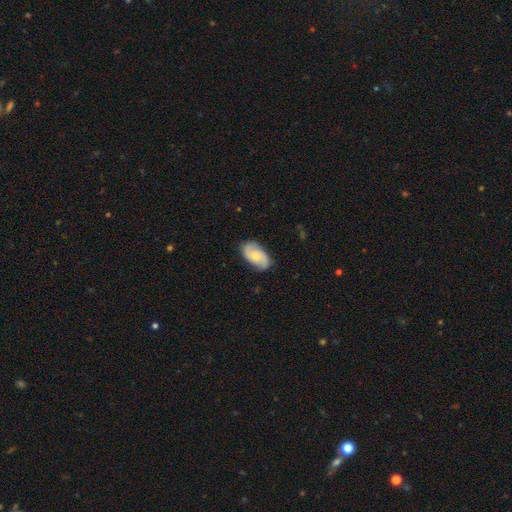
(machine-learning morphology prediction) Overall: featured or disk (54%; smooth 40%). Edge-on disk: no (96%). Bar: no (69%). Spiral arms: yes (91%). Bulge size: small (50%; moderate 37%). Merging: none (80%).